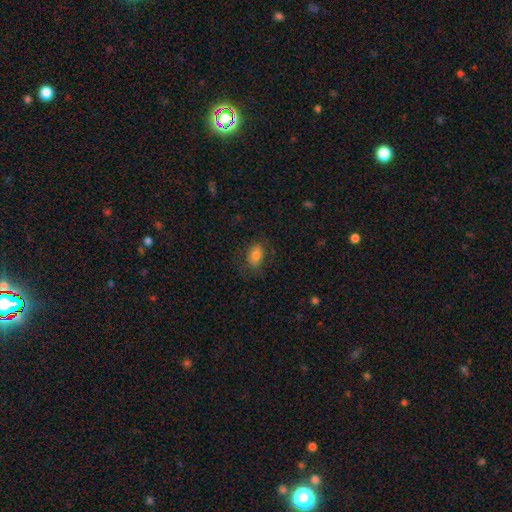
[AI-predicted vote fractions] Q: Smooth or featured?
A: smooth (77%); runner-up: featured or disk (14%)
Q: How rounded?
A: in between (81%); runner-up: round (18%)
Q: Merging?
A: none (71%); runner-up: minor disturbance (18%)